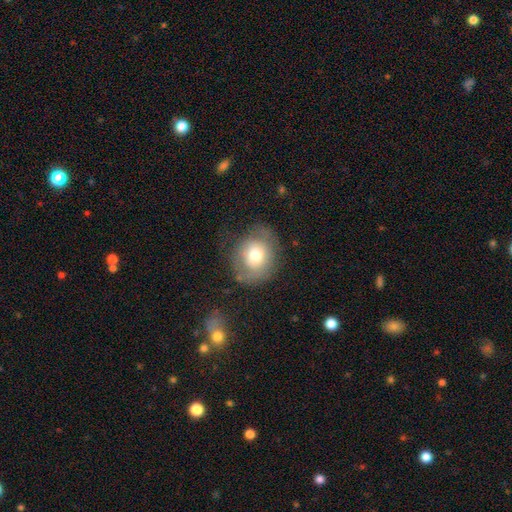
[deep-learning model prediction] smooth 68%, featured or disk 23%, star or artifact 9%. Down the decision tree: how rounded — round (75%); merging — none (60%).